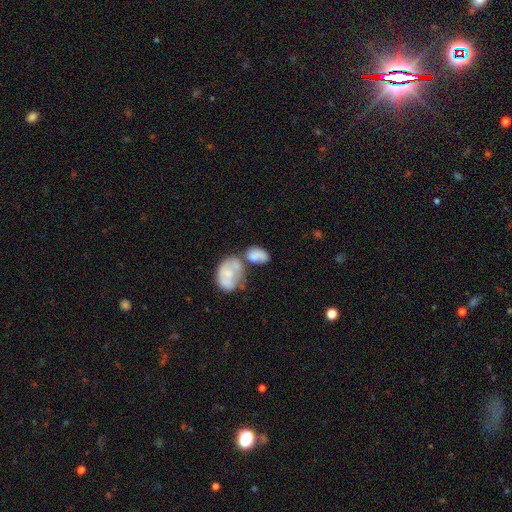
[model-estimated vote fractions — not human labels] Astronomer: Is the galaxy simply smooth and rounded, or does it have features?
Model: smooth — 66%.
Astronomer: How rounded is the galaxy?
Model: in between — 82%.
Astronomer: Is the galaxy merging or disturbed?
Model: merger — 57%.